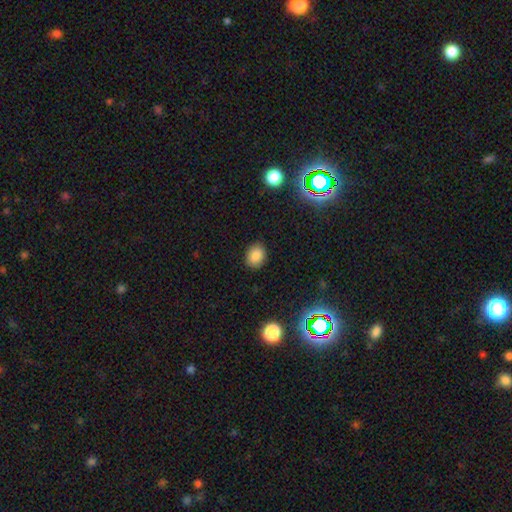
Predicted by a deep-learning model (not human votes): Morphology: type=smooth (84%); roundness=round (51%); merging=none (88%).